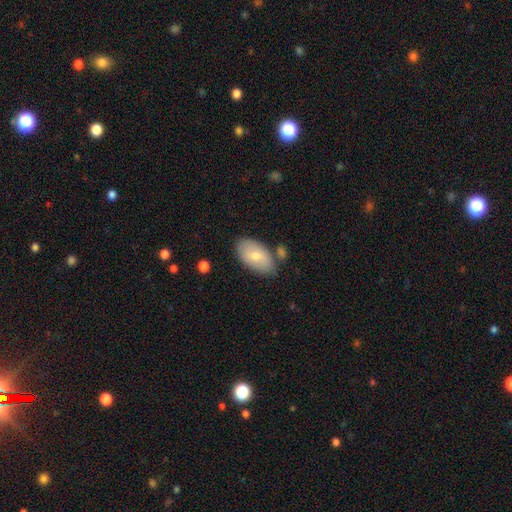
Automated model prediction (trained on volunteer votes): Smooth or featured: smooth — 69% (featured or disk — 25%)
How rounded: in between — 94% (round — 4%)
Merging: none — 70% (minor disturbance — 18%)